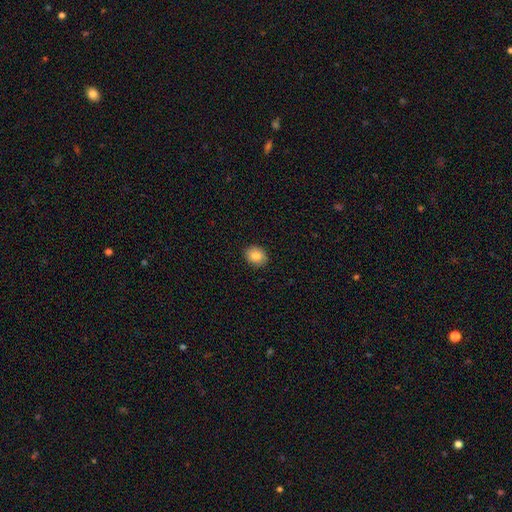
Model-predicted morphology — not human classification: type=smooth (85%); roundness=round (61%); merging=none (90%).